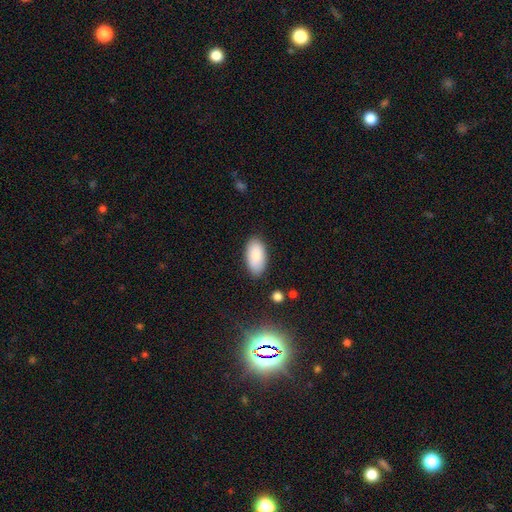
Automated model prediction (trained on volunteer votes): The model was most divided on "merging": none: 85%, minor disturbance: 11%, major disturbance: 3%, merger: 1%. More confident: how rounded — in between (95%); smooth or featured — smooth (88%).